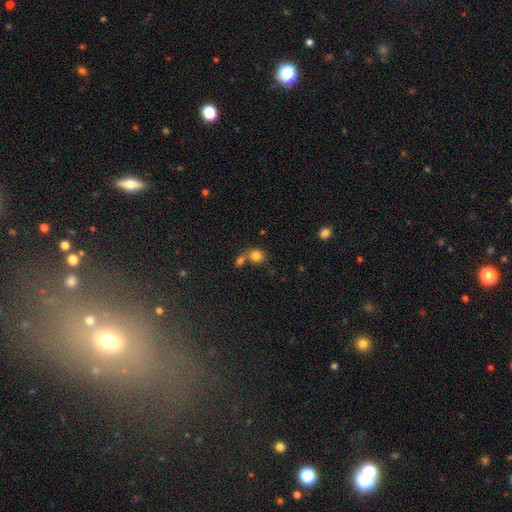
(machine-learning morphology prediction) smooth-or-featured: smooth: 80% | star or artifact: 11% | featured or disk: 8%
  how-rounded: round: 69% | in between: 30% | cigar-shaped: 1%
  merging: none: 45% | merger: 40% | minor disturbance: 10% | major disturbance: 4%